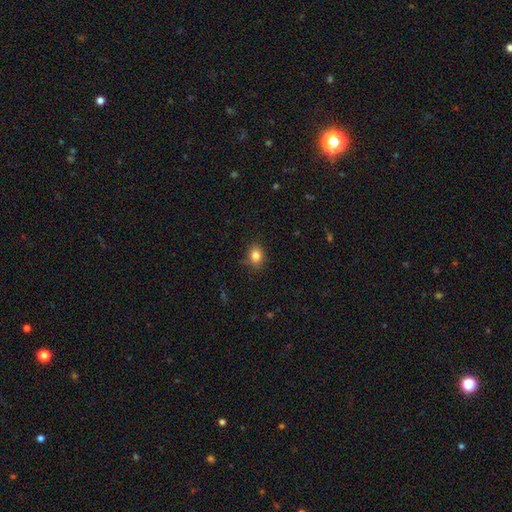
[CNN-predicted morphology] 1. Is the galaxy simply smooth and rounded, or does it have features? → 83% smooth, 11% star or artifact, 6% featured or disk.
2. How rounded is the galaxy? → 54% in between, 44% round, 1% cigar-shaped.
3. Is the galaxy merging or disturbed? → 79% none, 16% minor disturbance, 3% major disturbance, 1% merger.